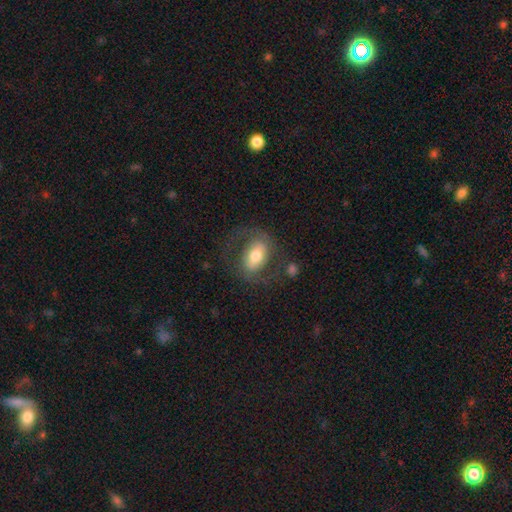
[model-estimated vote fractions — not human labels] Smooth or featured: featured or disk — 53% (smooth — 40%)
Edge-on disk: no — 93% (yes — 7%)
Merging: none — 61% (major disturbance — 19%)